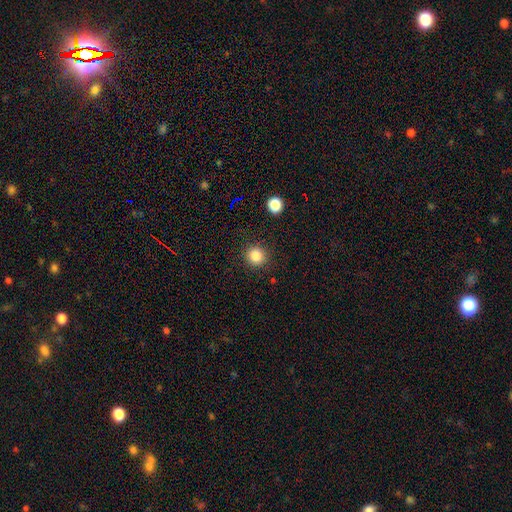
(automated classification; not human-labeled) A smooth galaxy with no disk features (83%) that is round (92%).

Vote fractions:
- Smooth or featured? smooth: 83% / star or artifact: 12% / featured or disk: 5%
- How rounded? round: 92% / in between: 7% / cigar-shaped: 1%
- Merging? none: 90% / minor disturbance: 6% / major disturbance: 2% / merger: 2%